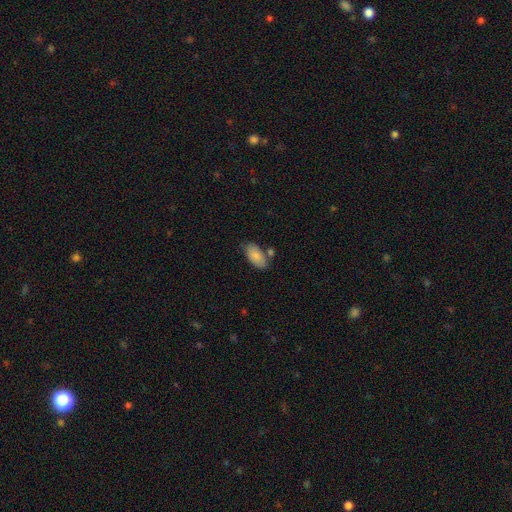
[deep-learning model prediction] A smooth galaxy with no disk features (84%) that is in between round and cigar-shaped (93%).

Vote fractions:
- Smooth or featured? smooth: 84% / featured or disk: 10% / star or artifact: 6%
- How rounded? in between: 93% / cigar-shaped: 4% / round: 3%
- Merging? none: 67% / minor disturbance: 17% / merger: 12% / major disturbance: 4%